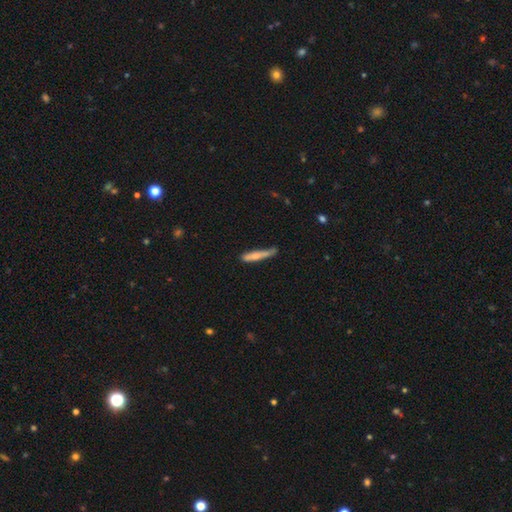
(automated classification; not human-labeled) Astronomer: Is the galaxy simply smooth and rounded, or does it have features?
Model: smooth — 66%.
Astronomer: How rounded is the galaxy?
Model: cigar-shaped — 91%.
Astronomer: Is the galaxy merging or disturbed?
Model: none — 55% (runner-up: minor disturbance, 31%).